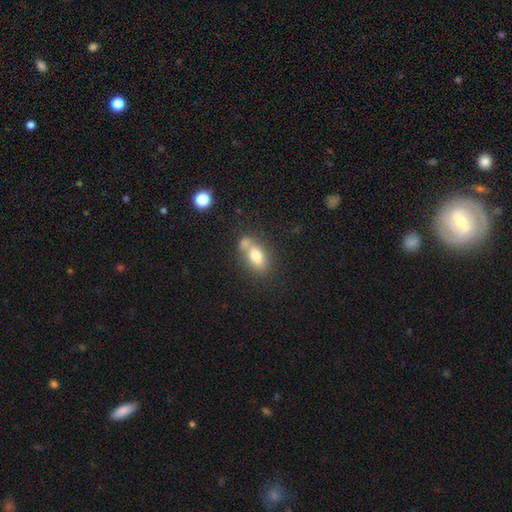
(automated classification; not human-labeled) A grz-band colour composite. It shows a smooth galaxy with no disk features (74%) that is in between round and cigar-shaped (82%). Merging: none (45%).